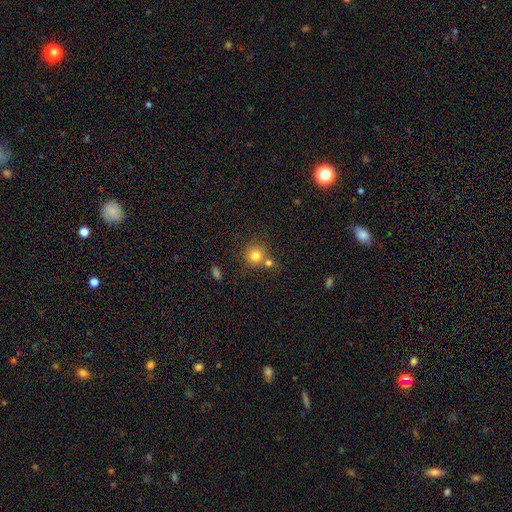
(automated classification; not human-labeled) Smooth or featured?
  - smooth: 79% *
  - star or artifact: 12%
  - featured or disk: 9%
How rounded?
  - round: 90% *
  - in between: 9%
  - cigar-shaped: 1%
Merging?
  - none: 59% *
  - merger: 29%
  - minor disturbance: 9%
  - major disturbance: 3%